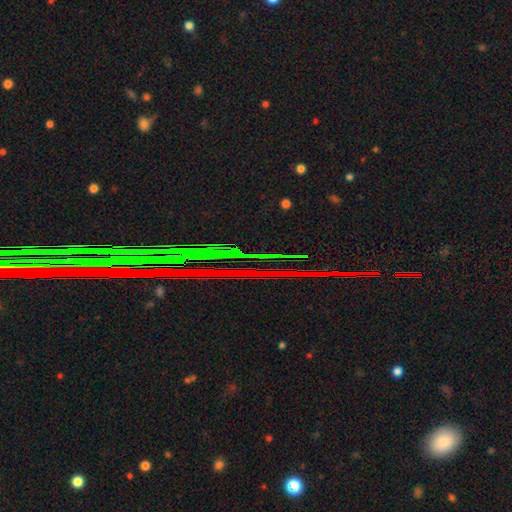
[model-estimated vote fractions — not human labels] star or artifact 84%, featured or disk 9%, smooth 7%.